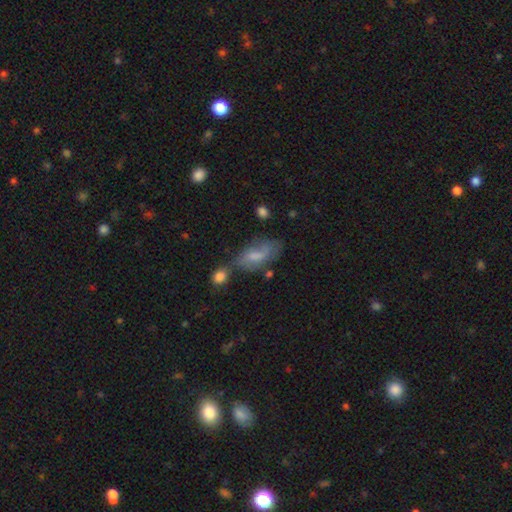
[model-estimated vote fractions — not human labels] A smooth galaxy with no disk features (52%) that is in between round and cigar-shaped (86%). Merging: none (42%).